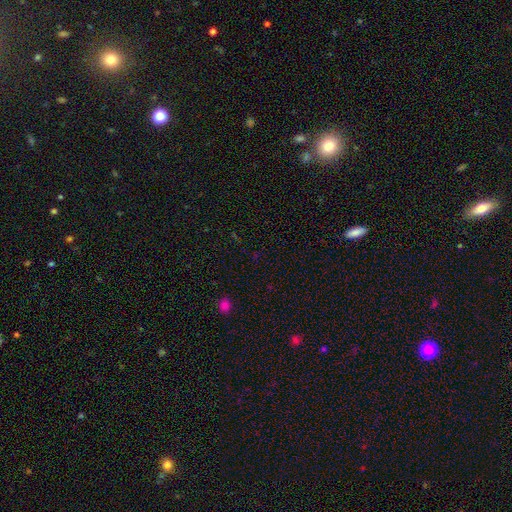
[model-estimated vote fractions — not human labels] Smooth or featured? star or artifact (63%)